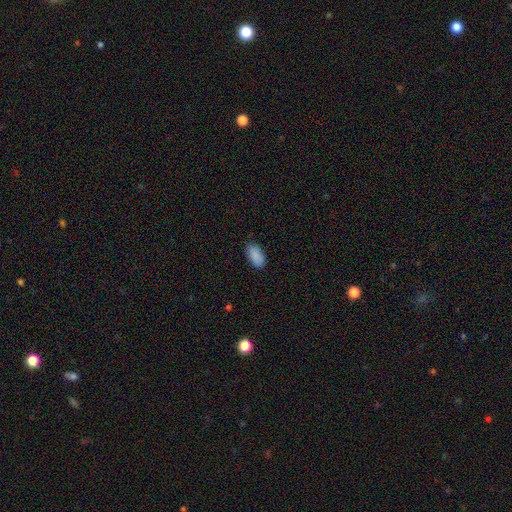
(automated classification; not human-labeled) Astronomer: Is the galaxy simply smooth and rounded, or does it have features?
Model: smooth — 88%.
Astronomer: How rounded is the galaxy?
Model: in between — 94%.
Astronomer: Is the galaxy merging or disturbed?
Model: none — 81%.